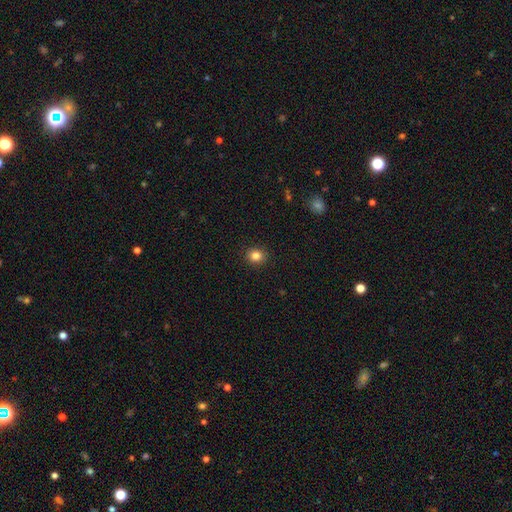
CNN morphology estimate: This appears to be a smooth galaxy with no disk features (84%) that is round (82%). Merging: none (91%).